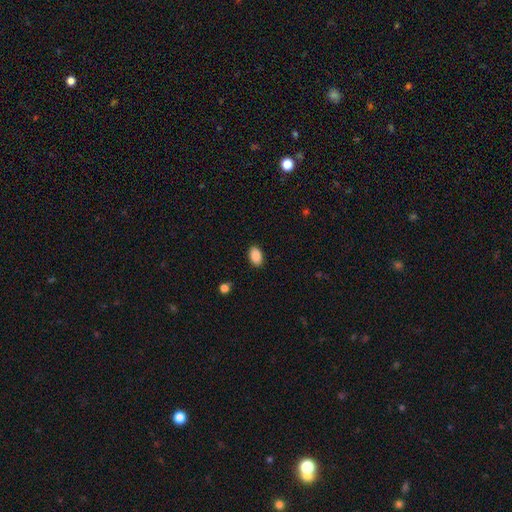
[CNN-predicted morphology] This is clearly a smooth galaxy (89%). How rounded: clearly in between (90%). Merging: clearly none (89%).